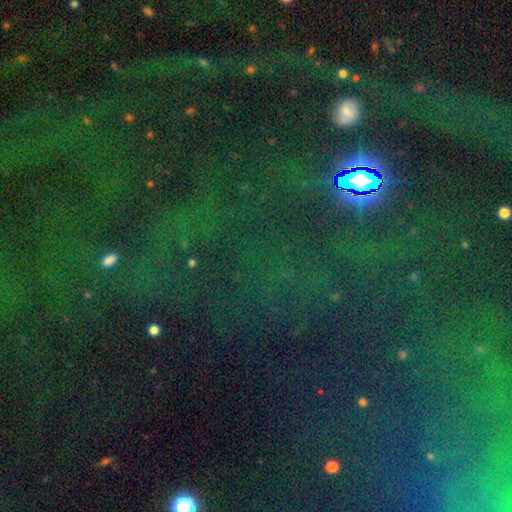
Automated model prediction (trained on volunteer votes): The model was most divided on "smooth or featured": star or artifact: 79%, smooth: 13%, featured or disk: 8%.